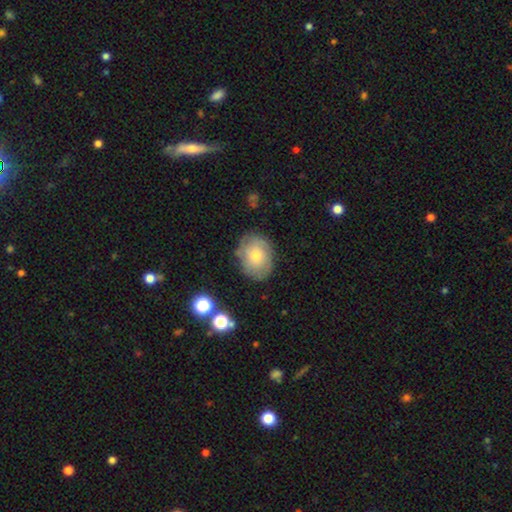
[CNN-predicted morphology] This appears to be a smooth galaxy with no disk features (58%) that is in between round and cigar-shaped (55%). Merging: none (76%).